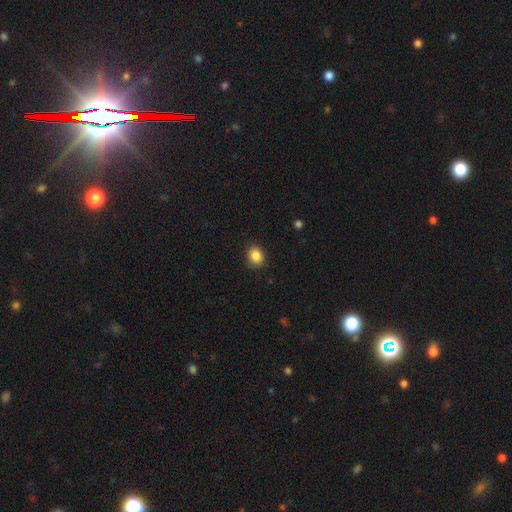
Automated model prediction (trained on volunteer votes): A smooth galaxy with no disk features (87%) that is round (53%). Merging: none (87%).